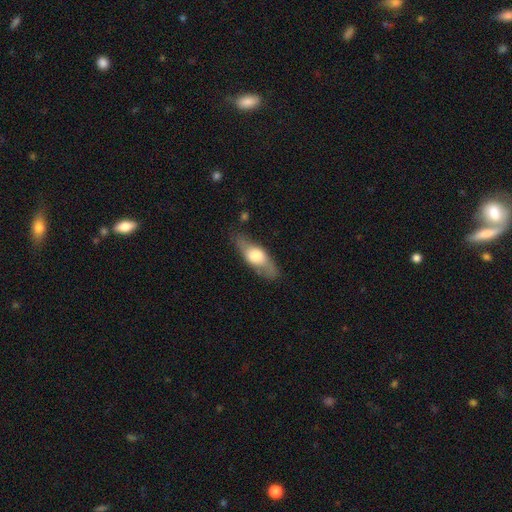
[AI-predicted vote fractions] This appears to be a smooth galaxy with no disk features (50%) that is in between round and cigar-shaped (61%). Merging: none (76%).